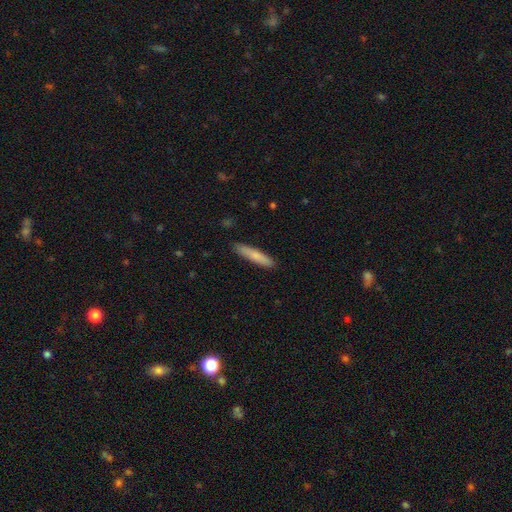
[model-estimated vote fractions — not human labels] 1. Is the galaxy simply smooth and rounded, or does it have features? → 76% smooth, 18% featured or disk, 5% star or artifact.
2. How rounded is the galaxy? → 89% cigar-shaped, 10% in between, 1% round.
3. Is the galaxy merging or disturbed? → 89% none, 8% minor disturbance, 2% major disturbance, 1% merger.